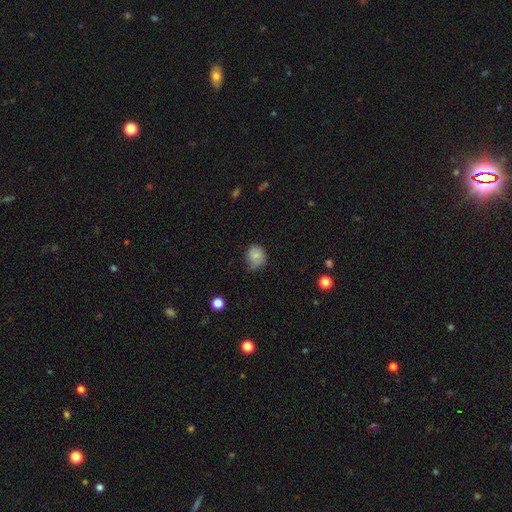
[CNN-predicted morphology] smooth-or-featured: smooth: 79% | featured or disk: 11% | star or artifact: 10%
  how-rounded: round: 65% | in between: 34% | cigar-shaped: 1%
  merging: none: 61% | minor disturbance: 31% | major disturbance: 6% | merger: 2%